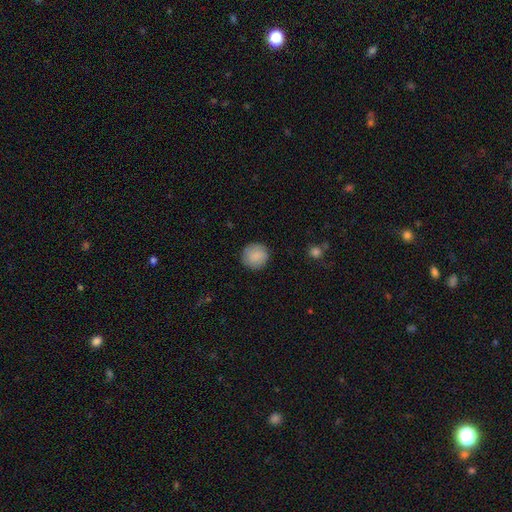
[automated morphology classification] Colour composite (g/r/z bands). It shows a smooth galaxy with no disk features (88%) that is round (94%). Merging: none (89%).